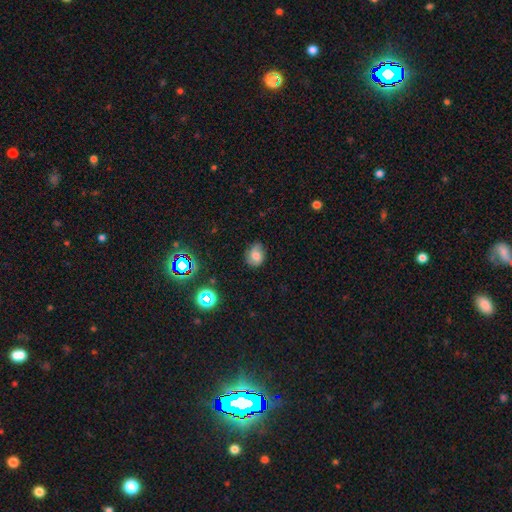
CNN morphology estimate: smooth 68%, featured or disk 17%, star or artifact 14%. Down the decision tree: how rounded — round (52%); merging — none (71%).